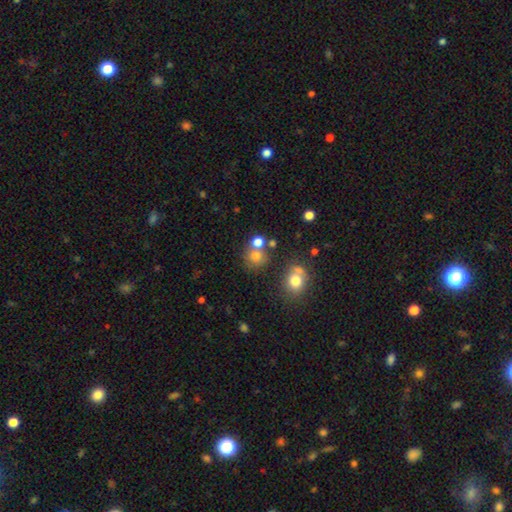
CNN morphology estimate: Smooth or featured? smooth (71%)
How rounded? round (82%)
Merging? none (56%)